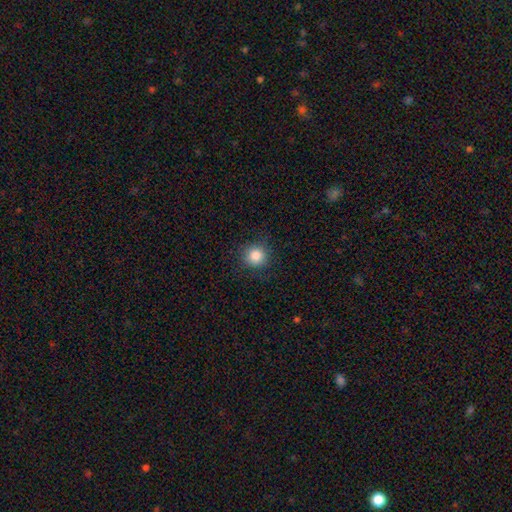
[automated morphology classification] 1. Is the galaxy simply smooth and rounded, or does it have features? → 84% smooth, 11% star or artifact, 5% featured or disk.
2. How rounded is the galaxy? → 93% round, 6% in between, 1% cigar-shaped.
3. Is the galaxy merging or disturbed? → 87% none, 9% minor disturbance, 3% major disturbance, 1% merger.